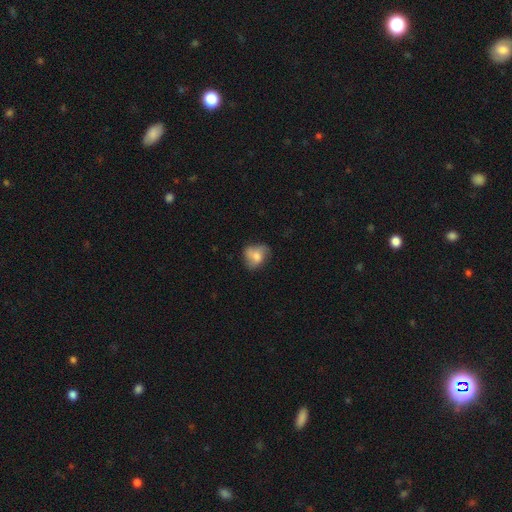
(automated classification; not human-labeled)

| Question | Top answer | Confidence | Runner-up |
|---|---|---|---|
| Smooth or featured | smooth | 64% | featured or disk (27%) |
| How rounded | in between | 51% | round (48%) |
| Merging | none | 48% | minor disturbance (31%) |